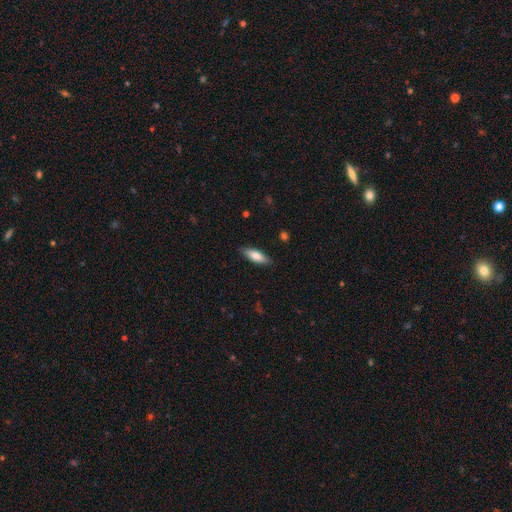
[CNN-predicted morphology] A smooth galaxy with no disk features (78%) that is in between round and cigar-shaped (57%).

Vote fractions:
- Smooth or featured? smooth: 78% / featured or disk: 17% / star or artifact: 6%
- How rounded? in between: 57% / cigar-shaped: 41% / round: 2%
- Merging? none: 86% / minor disturbance: 11% / major disturbance: 2% / merger: 1%